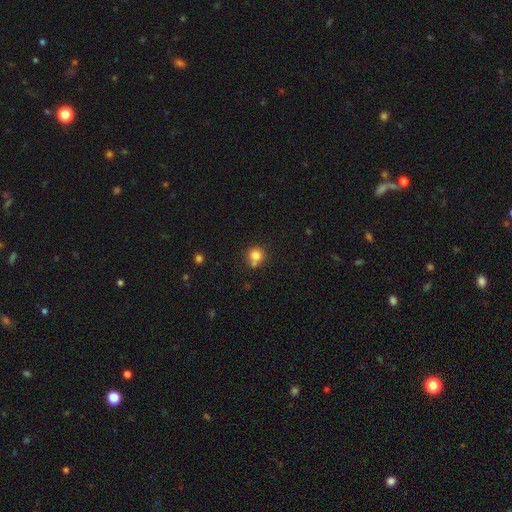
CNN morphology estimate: A smooth galaxy with no disk features (80%) that is round (90%). Merging: none (63%).